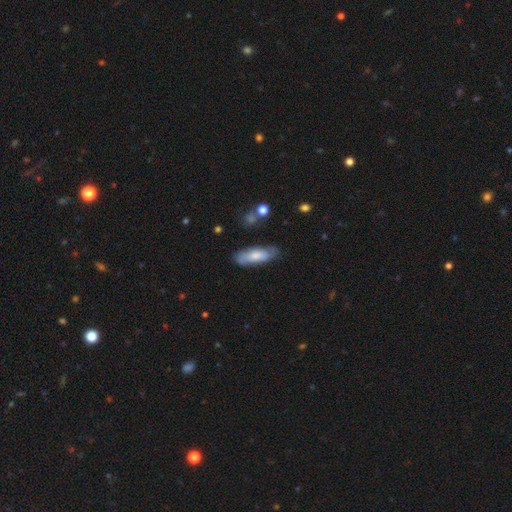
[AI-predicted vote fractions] A smooth galaxy with no disk features (63%) that is in between round and cigar-shaped (64%). Merging: none (66%).